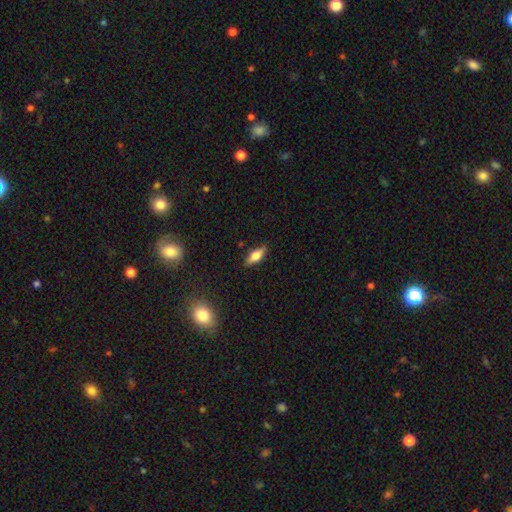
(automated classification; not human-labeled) This appears to be a smooth galaxy with no disk features (64%) that is in between round and cigar-shaped (70%). Merging: none (86%).